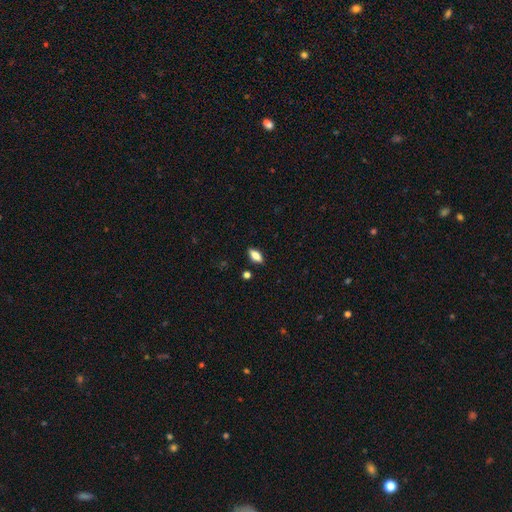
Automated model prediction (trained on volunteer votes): A smooth galaxy with no disk features (81%) that is in between round and cigar-shaped (84%).

Vote fractions:
- Smooth or featured? smooth: 81% / featured or disk: 11% / star or artifact: 8%
- How rounded? in between: 84% / cigar-shaped: 12% / round: 4%
- Merging? none: 87% / minor disturbance: 9% / major disturbance: 2% / merger: 2%